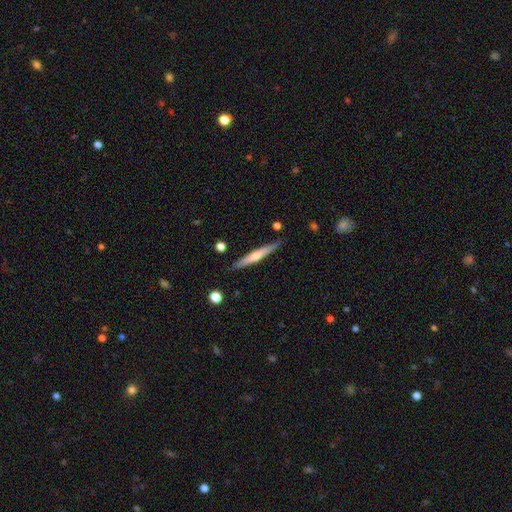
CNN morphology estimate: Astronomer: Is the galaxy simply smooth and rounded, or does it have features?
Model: featured or disk — 59% (runner-up: smooth, 36%).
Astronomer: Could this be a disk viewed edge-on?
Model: yes — 97%.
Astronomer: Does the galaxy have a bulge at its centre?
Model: rounded — 74%.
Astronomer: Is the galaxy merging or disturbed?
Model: none — 89%.